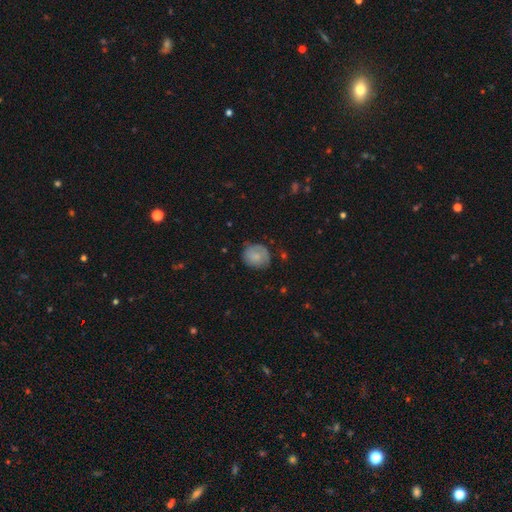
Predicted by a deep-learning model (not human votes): The model was most divided on "merging": none: 67%, minor disturbance: 25%, major disturbance: 7%, merger: 2%. More confident: how rounded — round (77%); smooth or featured — smooth (69%).